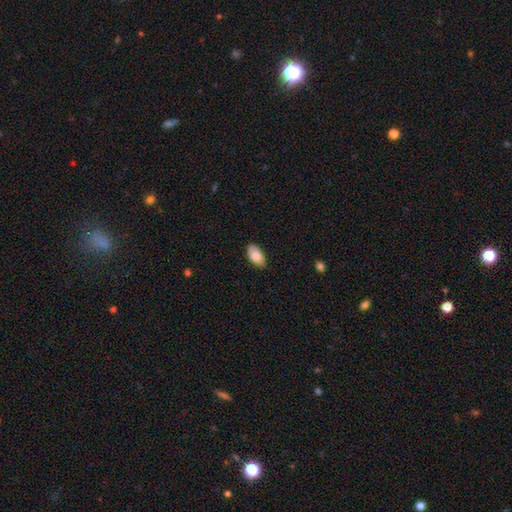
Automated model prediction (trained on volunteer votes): A smooth galaxy with no disk features (83%) that is in between round and cigar-shaped (94%).

Vote fractions:
- Smooth or featured? smooth: 83% / featured or disk: 11% / star or artifact: 6%
- How rounded? in between: 94% / round: 3% / cigar-shaped: 3%
- Merging? none: 79% / minor disturbance: 18% / major disturbance: 3% / merger: 1%